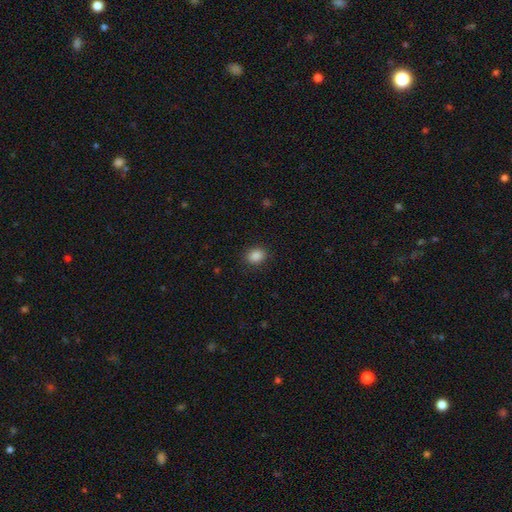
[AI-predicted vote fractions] The model was most divided on "how rounded": round: 53%, in between: 46%, cigar-shaped: 1%. More confident: merging — none (88%); smooth or featured — smooth (88%).